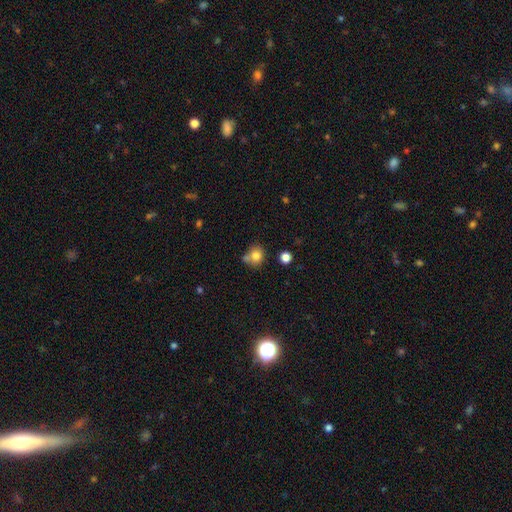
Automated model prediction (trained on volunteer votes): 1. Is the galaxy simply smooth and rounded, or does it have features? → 79% smooth, 11% star or artifact, 10% featured or disk.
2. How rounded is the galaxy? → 75% round, 24% in between, 1% cigar-shaped.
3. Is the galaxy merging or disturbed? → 58% none, 21% merger, 16% minor disturbance, 5% major disturbance.